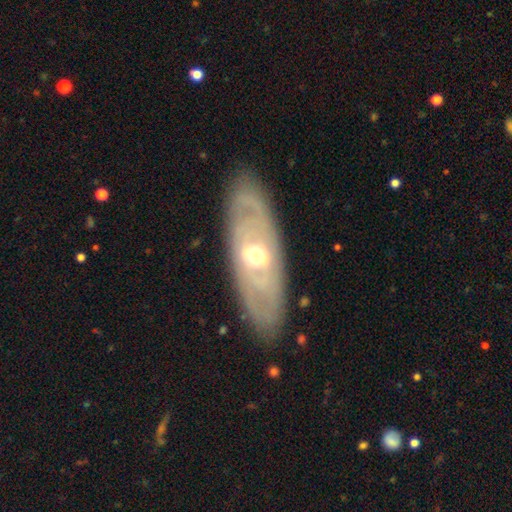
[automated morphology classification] Smooth or featured? featured or disk (73%)
Edge-on disk? no (81%)
Bar? no (54%)
Spiral arms? yes (52%)
Bulge size? moderate (69%)
Merging? none (84%)